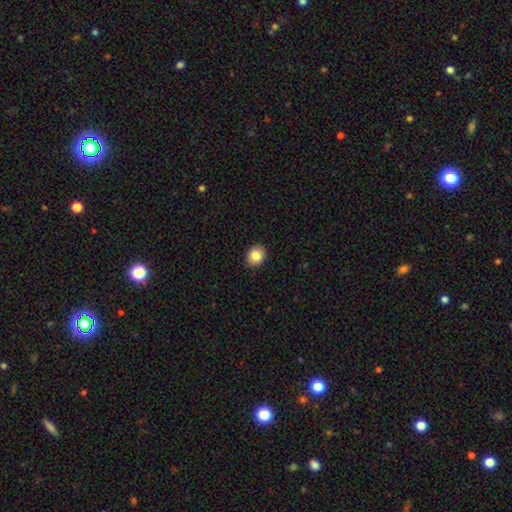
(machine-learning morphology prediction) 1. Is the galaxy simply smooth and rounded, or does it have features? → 84% smooth, 9% star or artifact, 7% featured or disk.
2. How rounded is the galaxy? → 62% round, 37% in between, 1% cigar-shaped.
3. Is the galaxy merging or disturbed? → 90% none, 7% minor disturbance, 2% major disturbance, 1% merger.